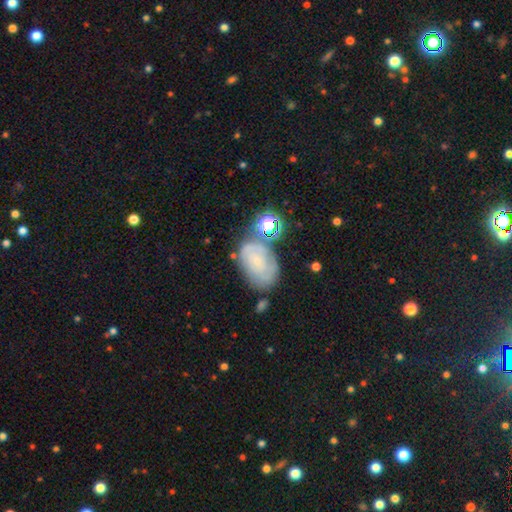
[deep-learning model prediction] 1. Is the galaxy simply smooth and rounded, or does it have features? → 41% featured or disk, 32% smooth, 27% star or artifact.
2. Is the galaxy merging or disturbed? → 64% none, 19% minor disturbance, 10% merger, 8% major disturbance.